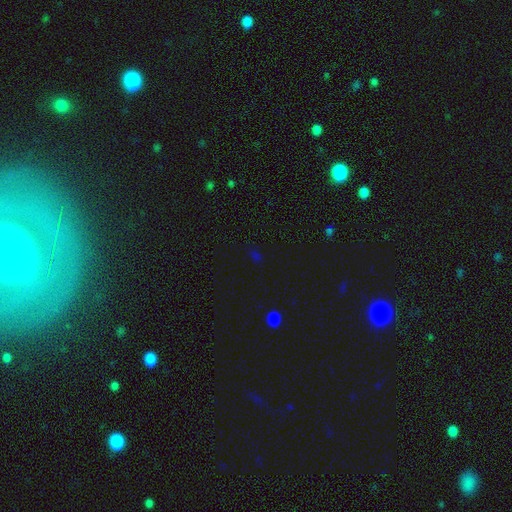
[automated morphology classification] A star or artifact, not a galaxy (59%).

Vote fractions:
- Smooth or featured? star or artifact: 59% / smooth: 35% / featured or disk: 7%